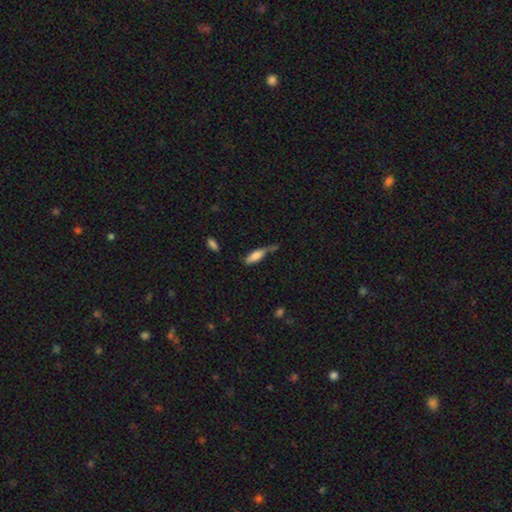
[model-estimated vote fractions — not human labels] smooth_or_featured: smooth (p=0.75) [alt: featured or disk p=0.18]
how_rounded: in between (p=0.54) [alt: cigar-shaped p=0.44]
merging: none (p=0.43) [alt: minor disturbance p=0.29]